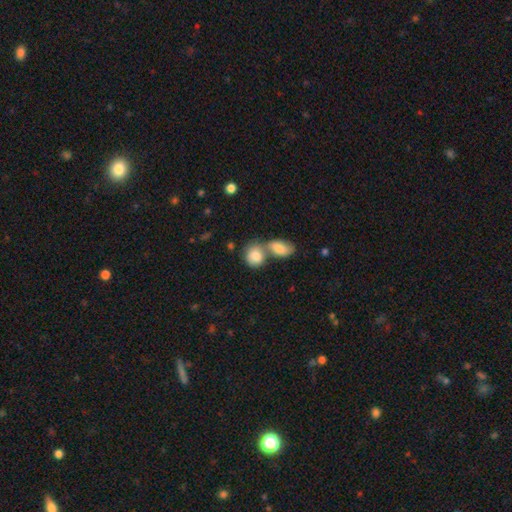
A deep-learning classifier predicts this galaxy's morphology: A smooth galaxy with no disk features (83%) that is in between round and cigar-shaped (49%, tied with round). Merging: merger (60%).